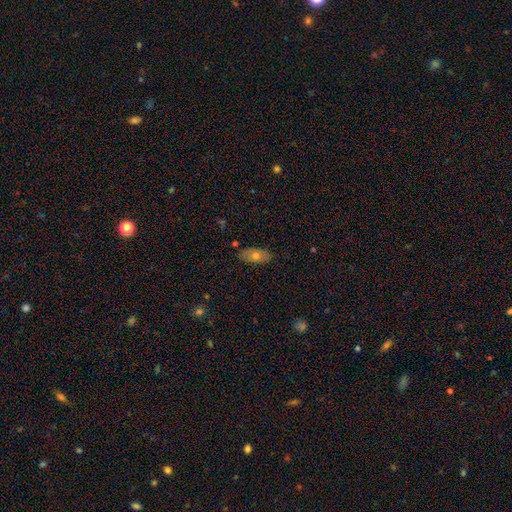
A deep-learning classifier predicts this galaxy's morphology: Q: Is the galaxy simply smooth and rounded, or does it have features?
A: smooth — 65%.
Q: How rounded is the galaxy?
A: in between — 91%.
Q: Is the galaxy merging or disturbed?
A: none — 82%.